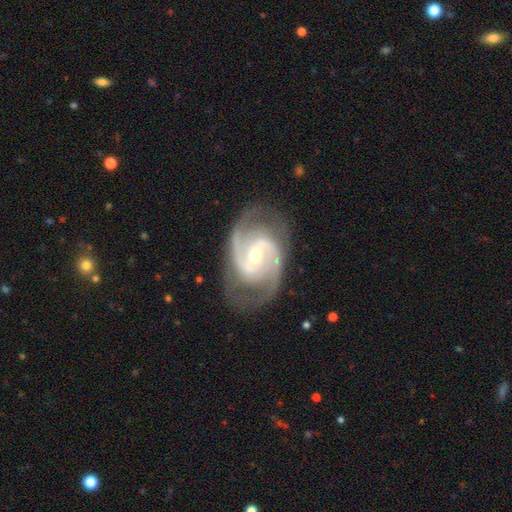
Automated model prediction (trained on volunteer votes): Q: Smooth or featured?
A: featured or disk (92%); runner-up: star or artifact (4%)
Q: Edge-on disk?
A: no (97%); runner-up: yes (3%)
Q: Bar?
A: weak (47%); runner-up: no (30%)
Q: Spiral arms?
A: yes (98%); runner-up: no (2%)
Q: Spiral winding?
A: medium (56%); runner-up: tight (31%)
Q: Spiral arm count?
A: 2 (84%); runner-up: 3 (7%)
Q: Bulge size?
A: moderate (55%); runner-up: small (41%)
Q: Merging?
A: none (76%); runner-up: minor disturbance (16%)